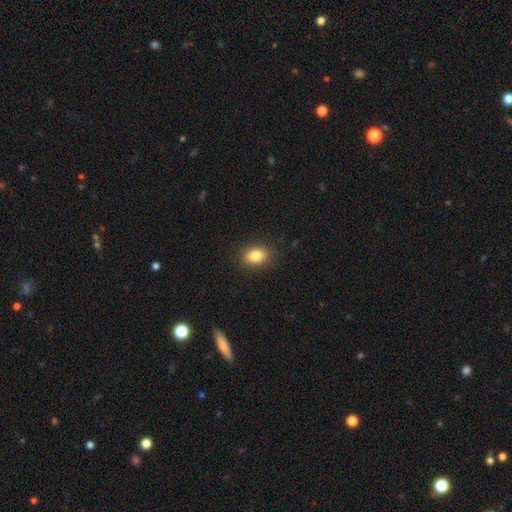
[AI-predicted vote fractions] This is clearly a smooth galaxy (85%). How rounded: likely in between (72%). Merging: clearly none (88%).